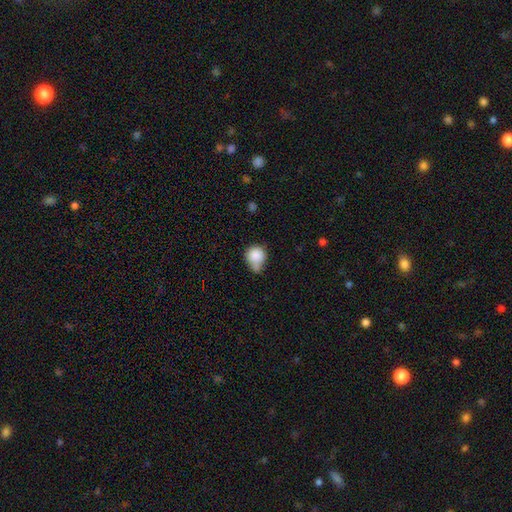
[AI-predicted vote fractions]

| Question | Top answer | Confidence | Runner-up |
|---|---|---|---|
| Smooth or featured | smooth | 83% | star or artifact (9%) |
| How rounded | round | 82% | in between (17%) |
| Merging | none | 39% | minor disturbance (27%) |